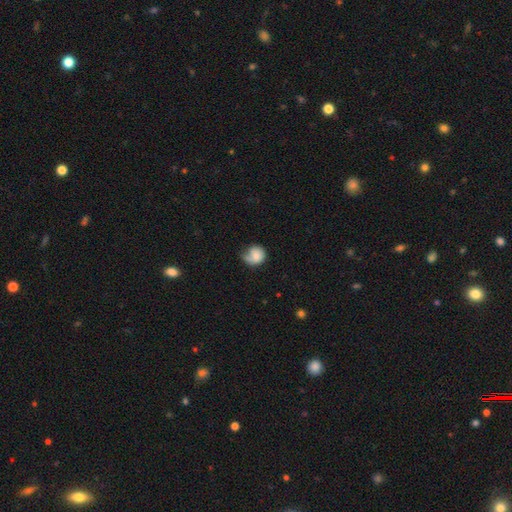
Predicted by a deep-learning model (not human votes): Smooth or featured: smooth — 63% (featured or disk — 29%)
How rounded: round — 73% (in between — 26%)
Merging: none — 39% (minor disturbance — 33%)